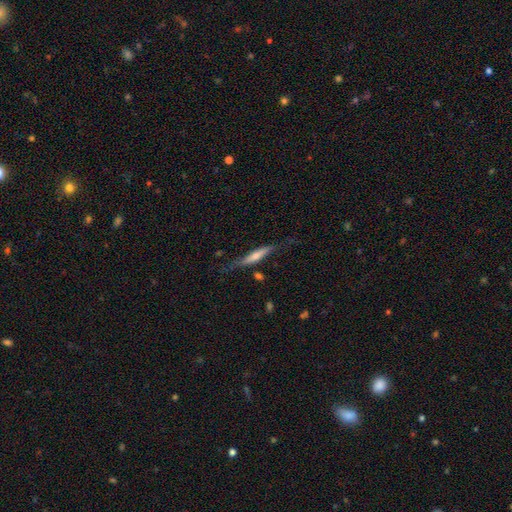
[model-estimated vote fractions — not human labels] This appears to be a featured or disk galaxy (63%) viewed edge-on (91%) with a rounded central bulge (63%). Merging: none (70%).